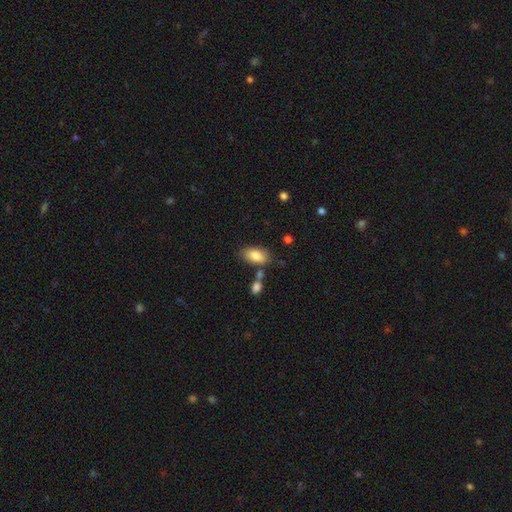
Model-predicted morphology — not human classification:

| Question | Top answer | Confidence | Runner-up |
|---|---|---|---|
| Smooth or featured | smooth | 83% | featured or disk (10%) |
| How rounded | in between | 92% | round (5%) |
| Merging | none | 68% | minor disturbance (16%) |